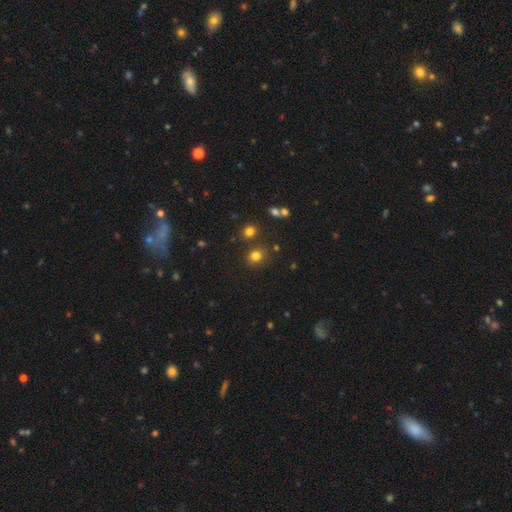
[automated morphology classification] Smooth or featured: smooth — 77% (star or artifact — 16%)
How rounded: round — 78% (in between — 21%)
Merging: none — 80% (minor disturbance — 9%)